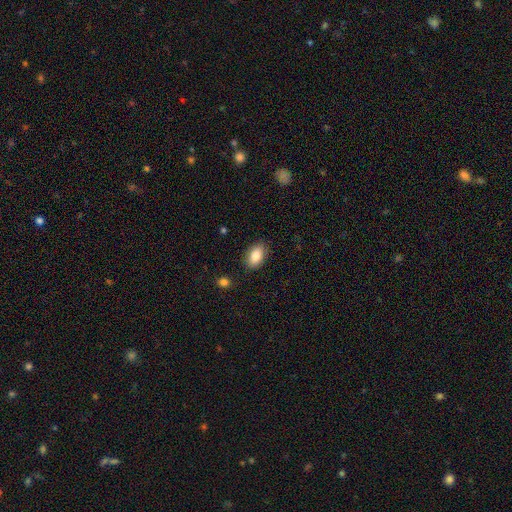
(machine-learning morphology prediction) smooth-or-featured: smooth: 86% | star or artifact: 7% | featured or disk: 7%
  how-rounded: in between: 91% | round: 7% | cigar-shaped: 2%
  merging: none: 86% | minor disturbance: 10% | major disturbance: 3% | merger: 1%